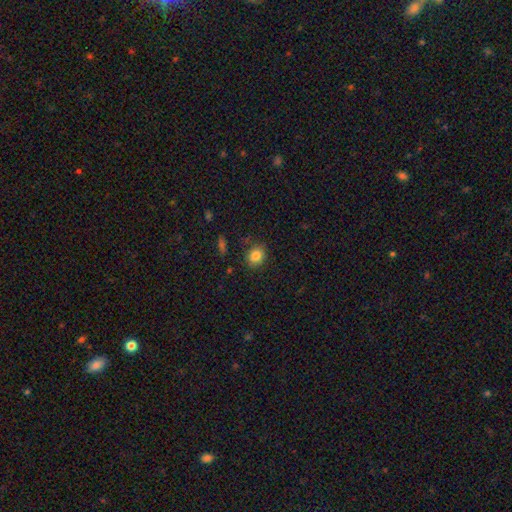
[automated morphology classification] smooth_or_featured: smooth (p=0.83) [alt: star or artifact p=0.10]
how_rounded: round (p=0.66) [alt: in between p=0.33]
merging: none (p=0.85) [alt: minor disturbance p=0.10]